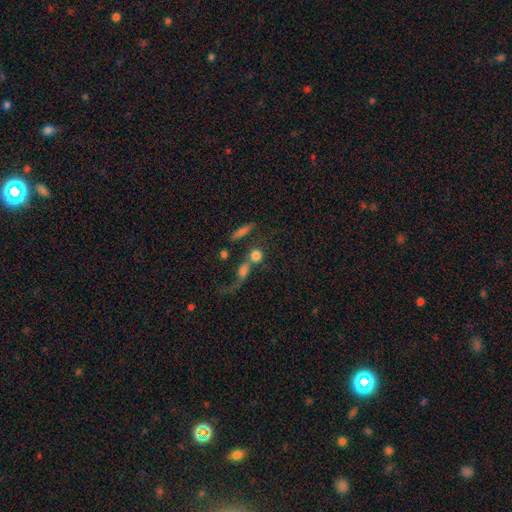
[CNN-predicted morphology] A smooth galaxy with no disk features (70%) that is round (77%).

Vote fractions:
- Smooth or featured? smooth: 70% / featured or disk: 18% / star or artifact: 12%
- How rounded? round: 77% / in between: 16% / cigar-shaped: 7%
- Merging? merger: 44% / none: 34% / major disturbance: 12% / minor disturbance: 9%